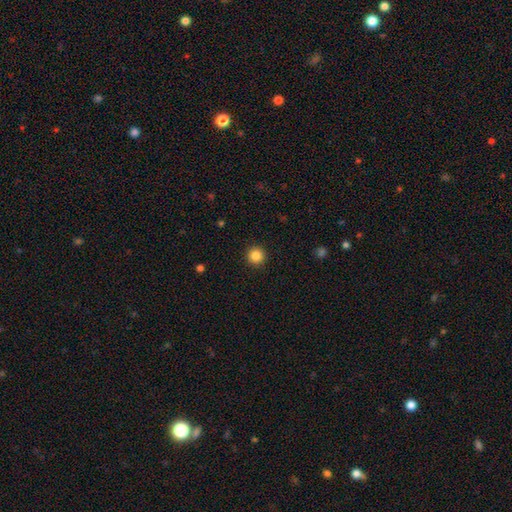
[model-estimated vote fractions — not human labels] smooth-or-featured: smooth: 86% | star or artifact: 11% | featured or disk: 4%
  how-rounded: round: 96% | in between: 3% | cigar-shaped: 1%
  merging: none: 92% | minor disturbance: 5% | major disturbance: 2% | merger: 1%